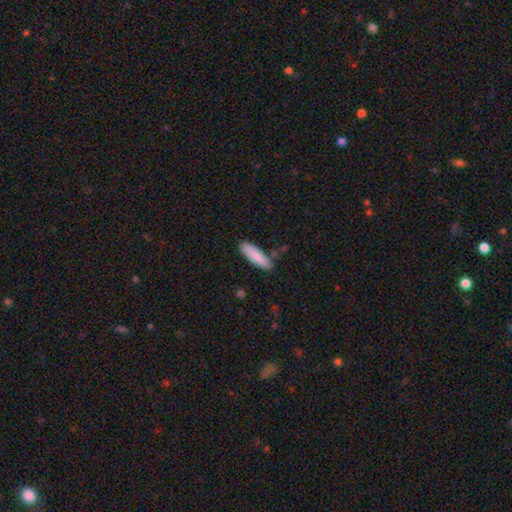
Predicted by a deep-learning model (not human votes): Smooth or featured? smooth (86%)
How rounded? cigar-shaped (63%)
Merging? none (84%)